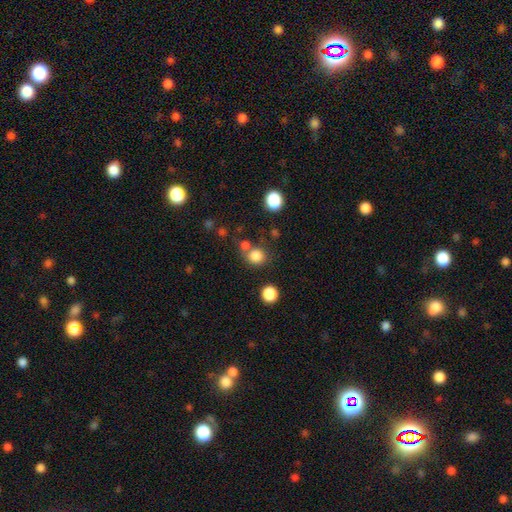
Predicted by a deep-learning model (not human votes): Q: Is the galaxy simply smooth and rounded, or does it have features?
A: smooth — 82%.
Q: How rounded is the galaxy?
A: round — 84%.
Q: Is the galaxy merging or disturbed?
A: none — 64%.